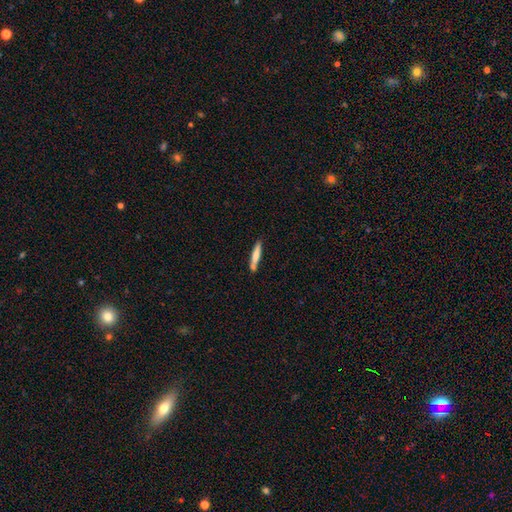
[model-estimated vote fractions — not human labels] A smooth galaxy with no disk features (70%) that is cigar-shaped (92%). Merging: none (73%).